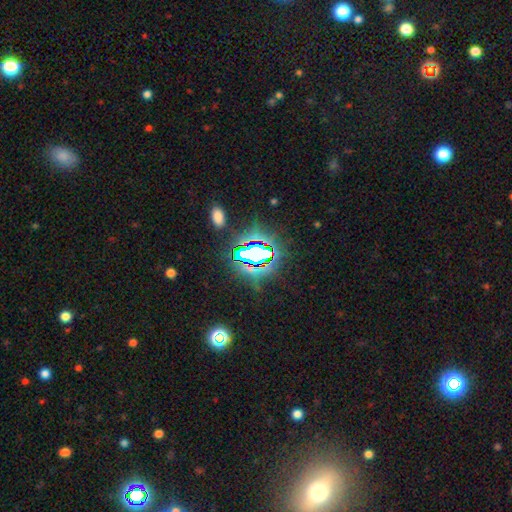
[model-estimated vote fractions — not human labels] This appears to be a star or artifact, not a galaxy (70%).